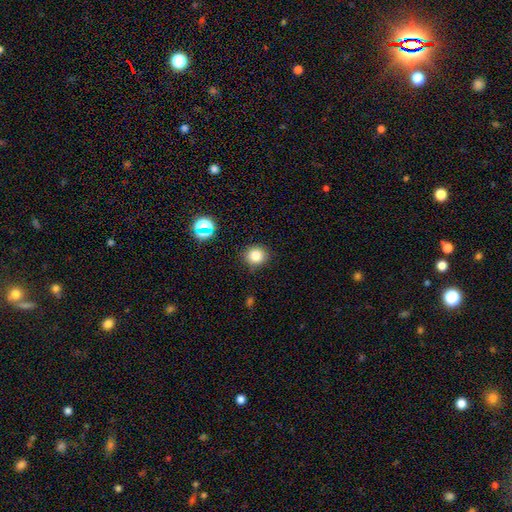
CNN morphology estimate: Smooth or featured? Predicted: smooth (p=0.80). How rounded? Predicted: round (p=0.83). Merging? Predicted: none (p=0.87).